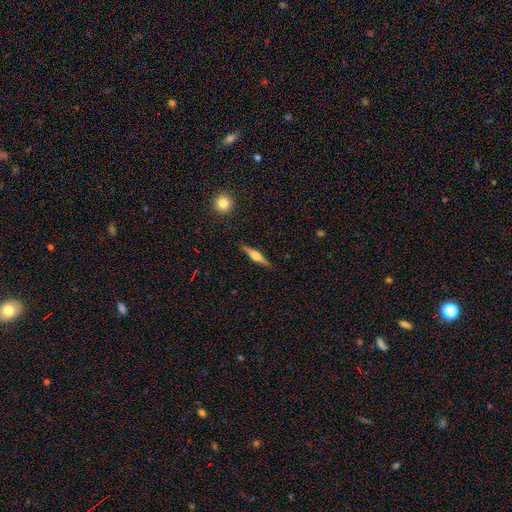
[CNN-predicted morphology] Overall: featured or disk (67%). Edge-on disk: yes (97%). Edge-on bulge: rounded (83%). Merging: none (89%).